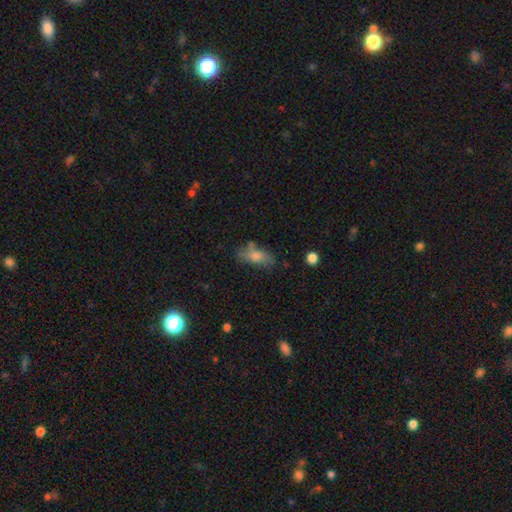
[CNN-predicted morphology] Overall: smooth (64%; featured or disk 26%). How rounded: in between (73%). Merging: none (63%; minor disturbance 23%).